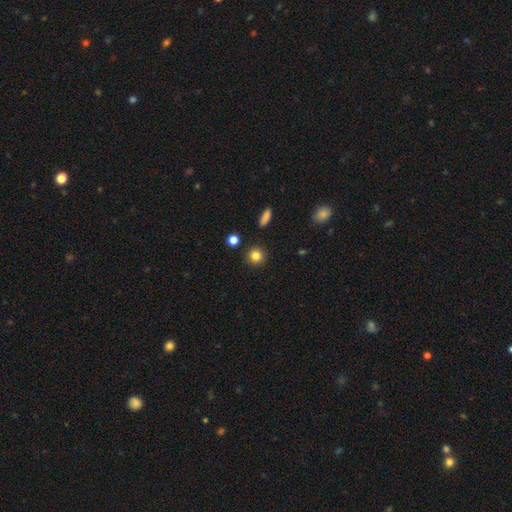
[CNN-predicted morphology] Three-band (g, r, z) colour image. It shows a smooth galaxy with no disk features (83%) that is round (93%). Merging: none (90%).